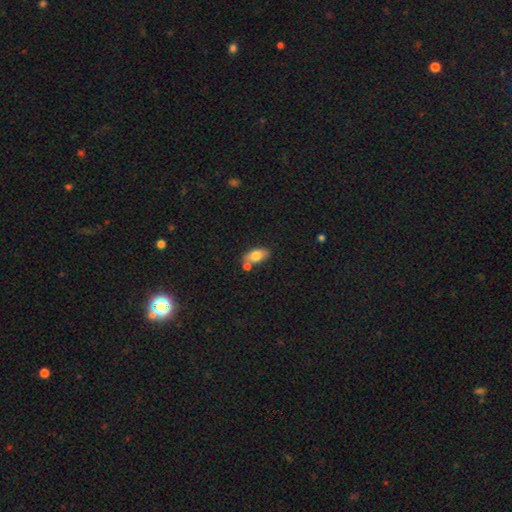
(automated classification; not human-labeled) This appears to be a smooth galaxy with no disk features (76%) that is in between round and cigar-shaped (89%). Merging: none (60%).